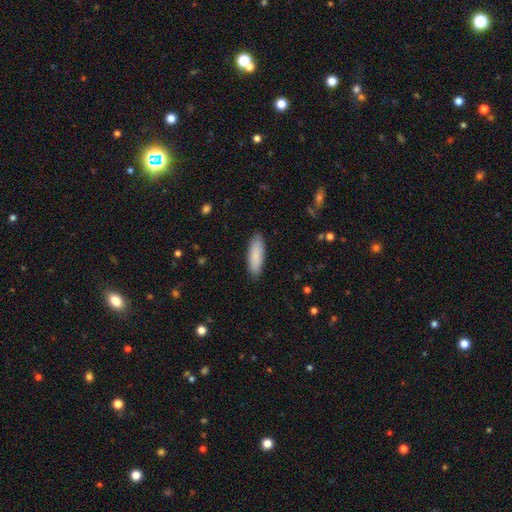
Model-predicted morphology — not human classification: Q: Smooth or featured?
A: smooth (87%); runner-up: featured or disk (7%)
Q: How rounded?
A: in between (49%); tied with: cigar-shaped (49%)
Q: Merging?
A: none (88%); runner-up: minor disturbance (9%)